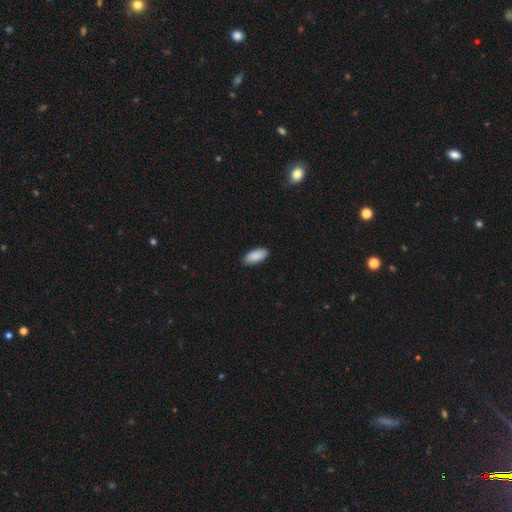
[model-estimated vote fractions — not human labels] Smooth or featured: smooth — 90% (star or artifact — 6%)
How rounded: in between — 91% (cigar-shaped — 7%)
Merging: none — 87% (minor disturbance — 10%)